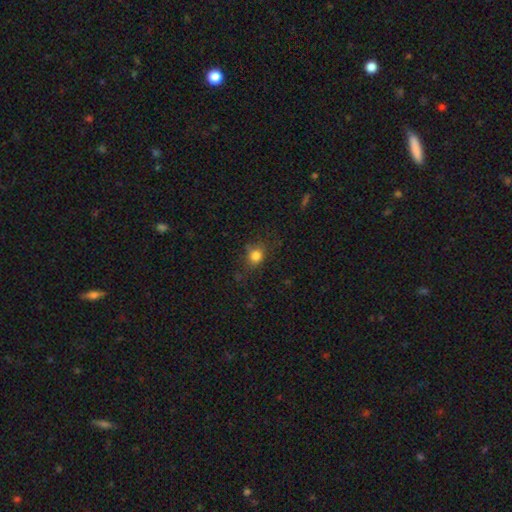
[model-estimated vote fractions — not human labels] Smooth or featured? Predicted: smooth (p=0.80). How rounded? Predicted: round (p=0.69). Merging? Predicted: none (p=0.73).